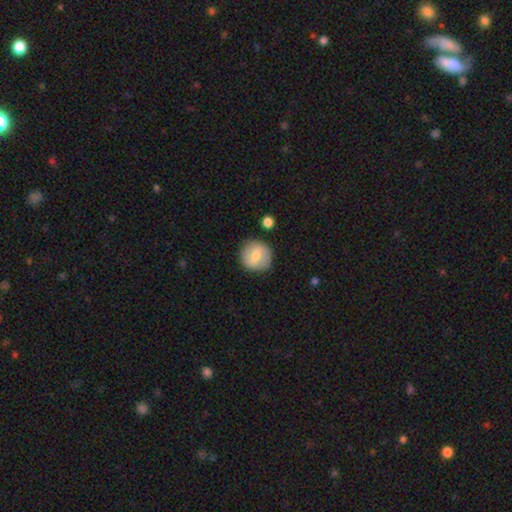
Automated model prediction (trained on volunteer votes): smooth 70%, featured or disk 24%, star or artifact 7%. Down the decision tree: how rounded — round (93%); merging — none (85%).